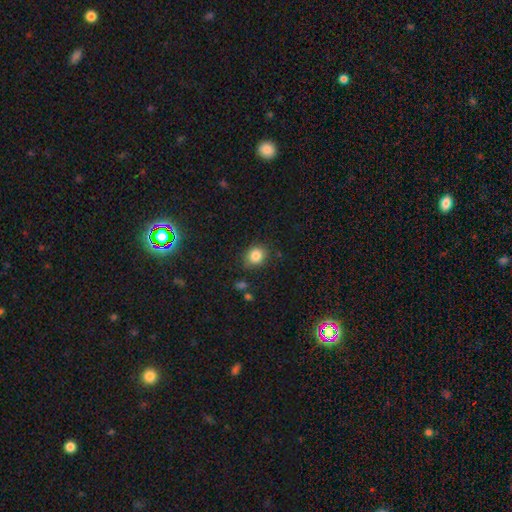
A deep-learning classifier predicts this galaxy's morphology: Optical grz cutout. It shows a smooth galaxy with no disk features (84%) that is round (76%). Merging: none (82%).